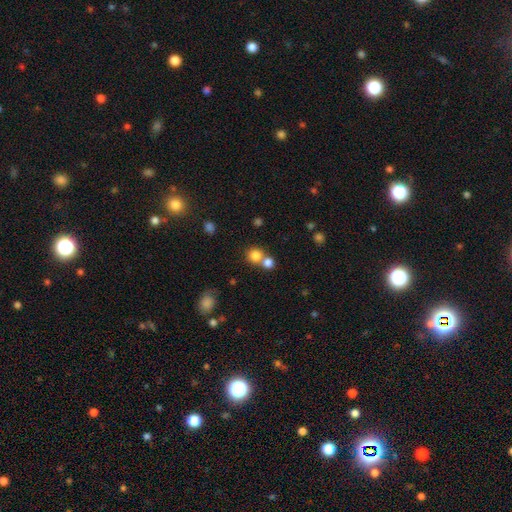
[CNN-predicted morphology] Smooth or featured: smooth — 80% (star or artifact — 13%)
How rounded: round — 90% (in between — 9%)
Merging: none — 54% (merger — 37%)